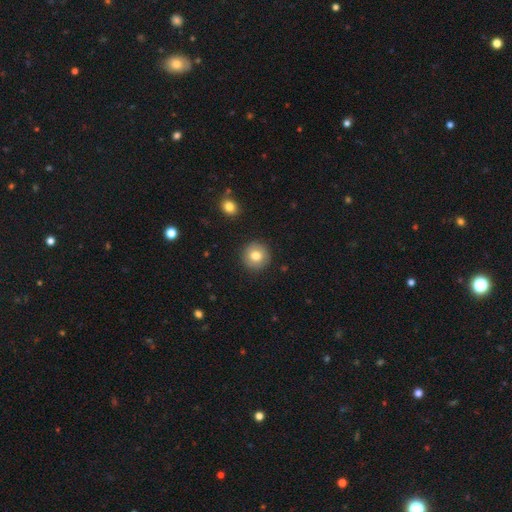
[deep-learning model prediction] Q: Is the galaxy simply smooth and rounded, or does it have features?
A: smooth — 78%.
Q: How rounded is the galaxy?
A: round — 94%.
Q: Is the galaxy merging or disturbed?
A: none — 90%.